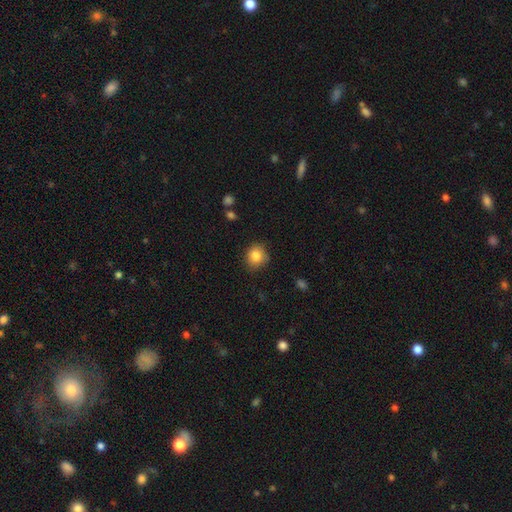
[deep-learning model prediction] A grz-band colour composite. It shows a smooth galaxy with no disk features (84%) that is round (80%). Merging: none (81%).